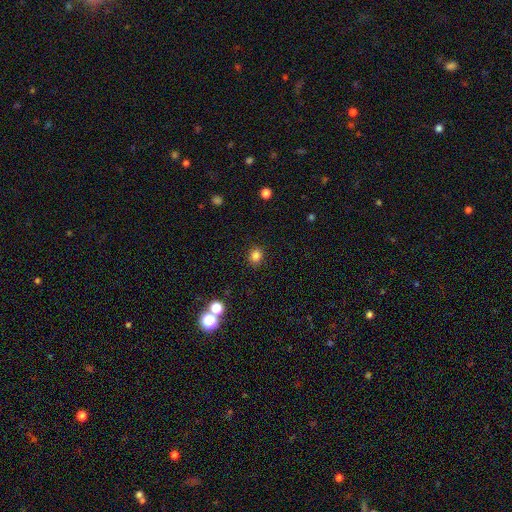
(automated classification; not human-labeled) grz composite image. It shows a smooth galaxy with no disk features (82%) that is round (77%). Merging: none (89%).